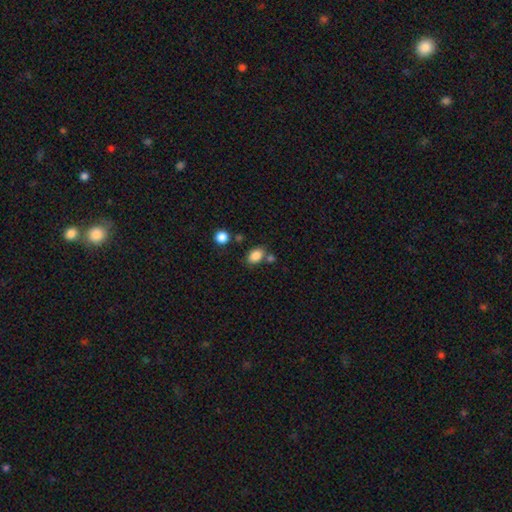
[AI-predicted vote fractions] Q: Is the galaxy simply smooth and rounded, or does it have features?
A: smooth — 85%.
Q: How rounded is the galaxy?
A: in between — 81%.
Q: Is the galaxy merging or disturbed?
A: none — 69%.